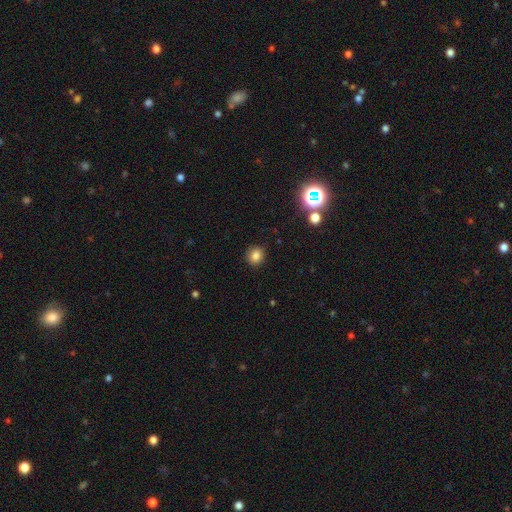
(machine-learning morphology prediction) This is clearly a smooth galaxy (82%). How rounded: likely round (79%). Merging: clearly none (90%).